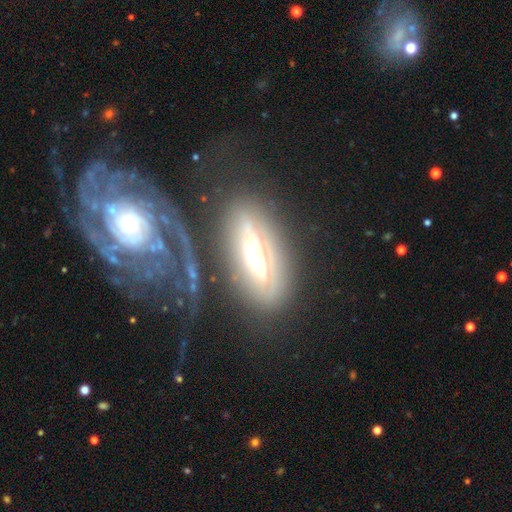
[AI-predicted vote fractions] smooth_or_featured: featured or disk (p=0.72) [alt: smooth p=0.20]
disk_edge_on: no (p=0.63) [alt: yes p=0.37]
merging: none (p=0.63) [alt: minor disturbance p=0.19]